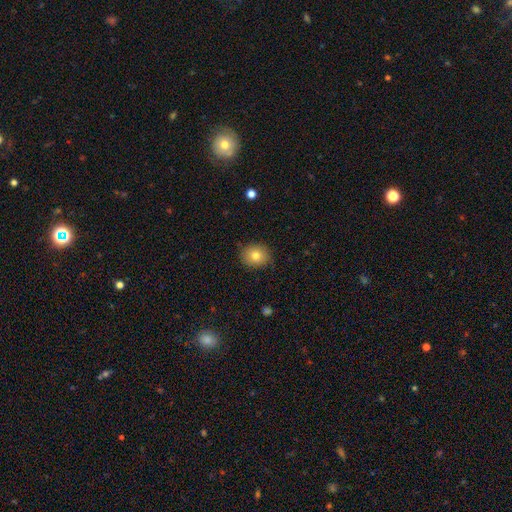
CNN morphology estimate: Smooth or featured: smooth — 78% (featured or disk — 11%)
How rounded: round — 70% (in between — 29%)
Merging: none — 85% (minor disturbance — 11%)